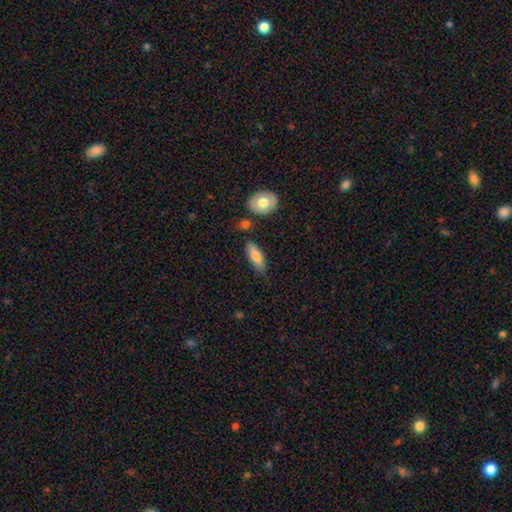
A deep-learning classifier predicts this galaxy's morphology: Smooth or featured? Predicted: smooth (p=0.73). How rounded? Predicted: in between (p=0.68). Merging? Predicted: none (p=0.74).